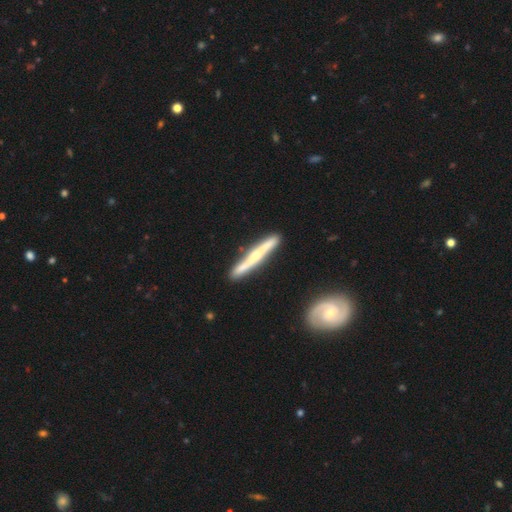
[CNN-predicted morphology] Smooth or featured? Predicted: featured or disk (p=0.75). Edge-on disk? Predicted: yes (p=0.92). Edge-on bulge? Predicted: rounded (p=0.79). Merging? Predicted: none (p=0.87).